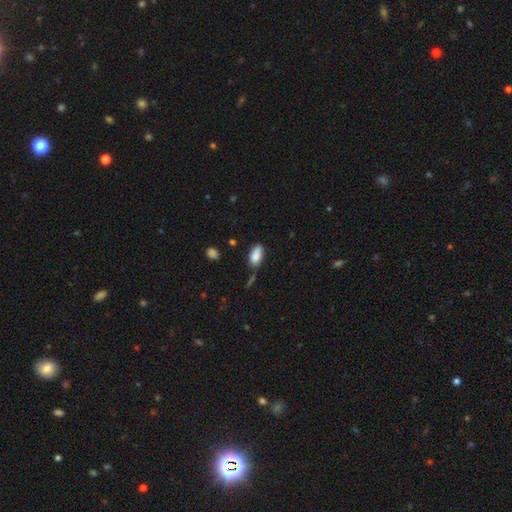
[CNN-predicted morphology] smooth-or-featured: smooth: 84% | featured or disk: 8% | star or artifact: 8%
  how-rounded: in between: 91% | cigar-shaped: 5% | round: 3%
  merging: none: 53% | minor disturbance: 30% | merger: 9% | major disturbance: 9%